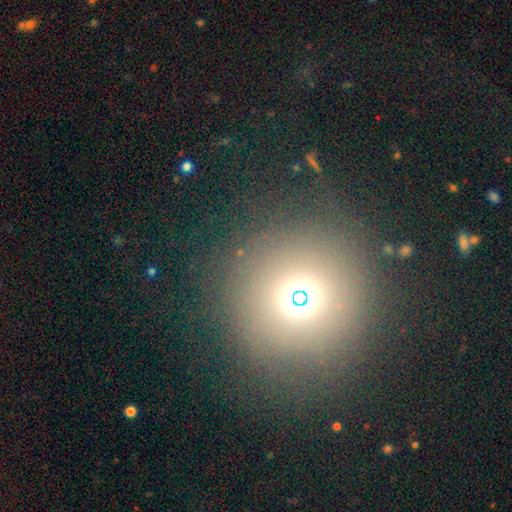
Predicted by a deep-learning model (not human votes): Smooth or featured? smooth (43%)
Merging? none (82%)